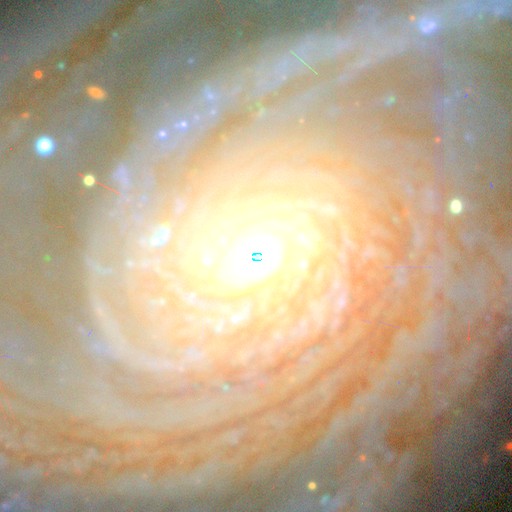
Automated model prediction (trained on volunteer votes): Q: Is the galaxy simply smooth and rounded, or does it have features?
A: featured or disk — 87%.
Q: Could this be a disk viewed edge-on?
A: no — 96%.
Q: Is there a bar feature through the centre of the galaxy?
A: no — 63%.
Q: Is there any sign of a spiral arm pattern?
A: yes — 97%.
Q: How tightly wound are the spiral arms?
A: tight — 76%.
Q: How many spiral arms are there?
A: can't tell — 21%, tied with more than 4.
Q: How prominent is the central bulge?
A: moderate — 46%.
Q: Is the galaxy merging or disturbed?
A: none — 73%.